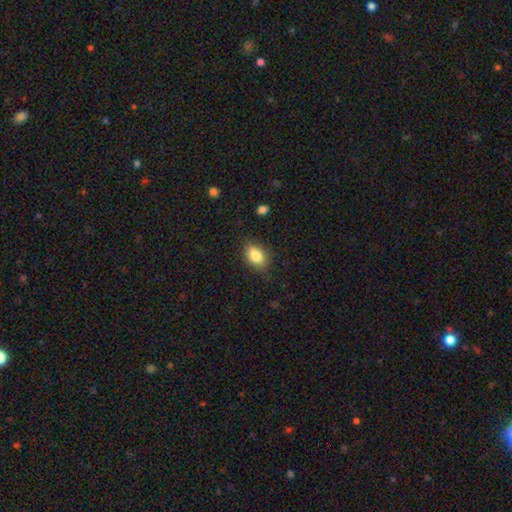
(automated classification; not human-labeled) smooth_or_featured: smooth (p=0.81) [alt: featured or disk p=0.10]
how_rounded: in between (p=0.81) [alt: round p=0.17]
merging: none (p=0.78) [alt: minor disturbance p=0.17]